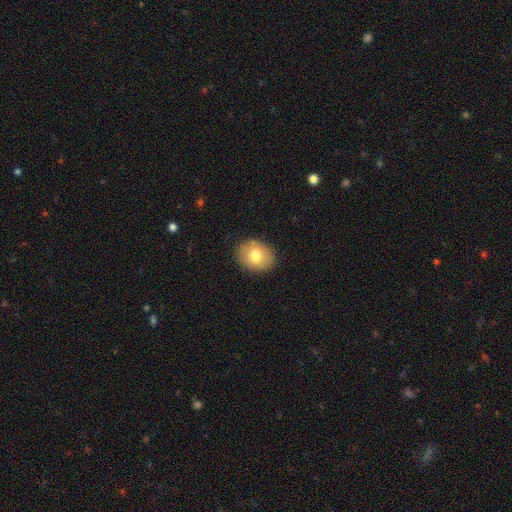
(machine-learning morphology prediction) Smooth or featured: smooth — 74% (featured or disk — 18%)
How rounded: in between — 62% (round — 37%)
Merging: none — 84% (minor disturbance — 12%)